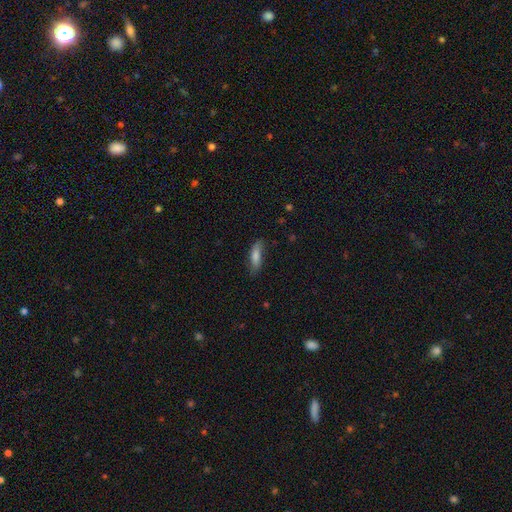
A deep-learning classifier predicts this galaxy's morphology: Overall: smooth (76%). How rounded: cigar-shaped (55%; in between 43%). Merging: none (73%).